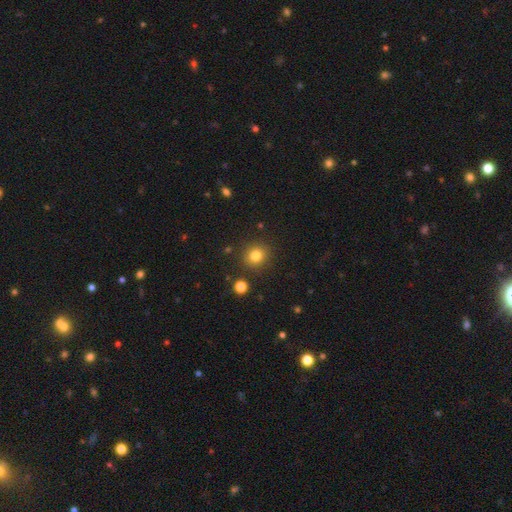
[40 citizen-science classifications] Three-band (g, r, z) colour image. It shows a smooth galaxy with no disk features (80%) that is round (97%). Merging: none (92%).